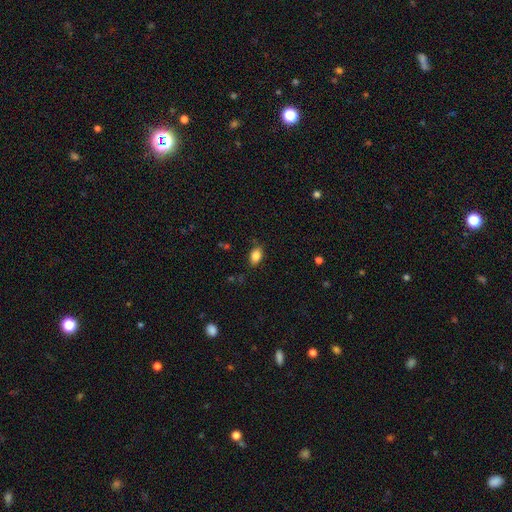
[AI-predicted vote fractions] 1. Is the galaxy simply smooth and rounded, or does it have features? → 85% smooth, 9% star or artifact, 6% featured or disk.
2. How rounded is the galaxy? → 86% in between, 12% round, 2% cigar-shaped.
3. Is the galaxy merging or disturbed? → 81% none, 14% minor disturbance, 3% major disturbance, 1% merger.